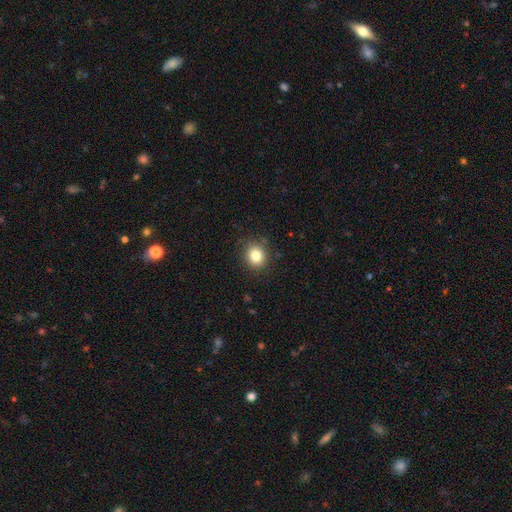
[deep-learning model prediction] A smooth galaxy with no disk features (82%) that is round (77%).

Vote fractions:
- Smooth or featured? smooth: 82% / star or artifact: 11% / featured or disk: 7%
- How rounded? round: 77% / in between: 22% / cigar-shaped: 1%
- Merging? none: 86% / minor disturbance: 10% / major disturbance: 3% / merger: 1%